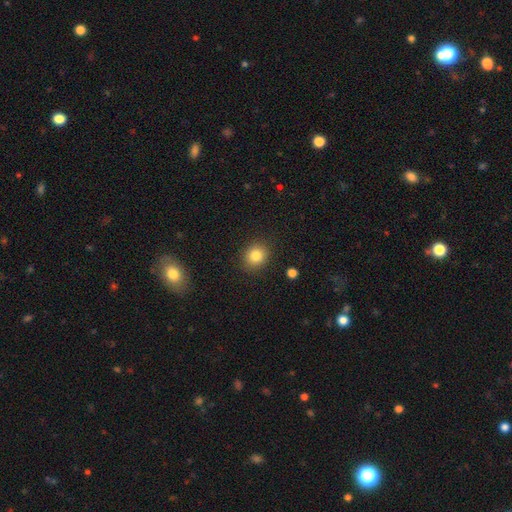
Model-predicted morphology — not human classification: Smooth or featured? Predicted: smooth (p=0.83). How rounded? Predicted: round (p=0.76). Merging? Predicted: none (p=0.89).